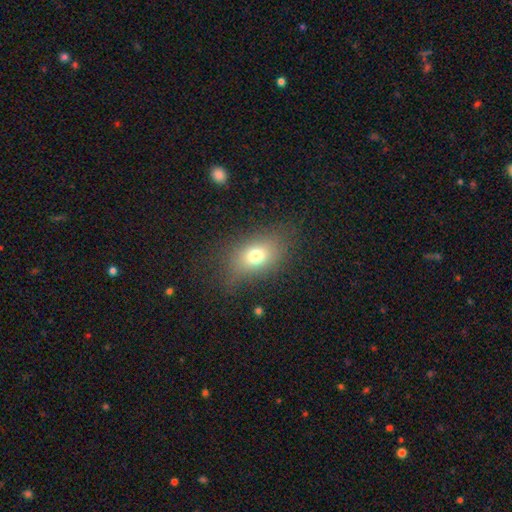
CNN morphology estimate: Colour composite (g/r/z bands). It shows a smooth galaxy with no disk features (72%) that is in between round and cigar-shaped (73%). Merging: none (76%).